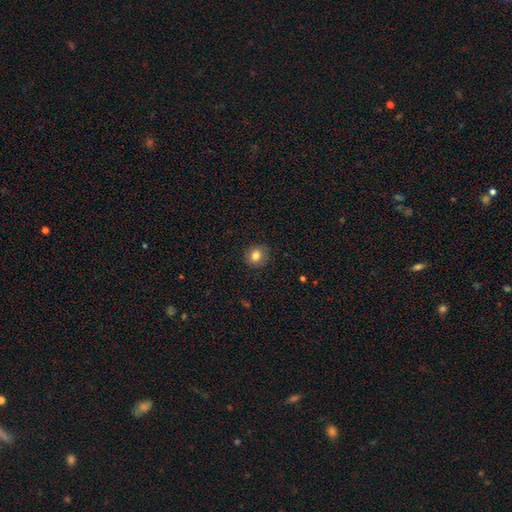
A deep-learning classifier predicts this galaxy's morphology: Overall: smooth (82%). How rounded: round (80%). Merging: none (87%).